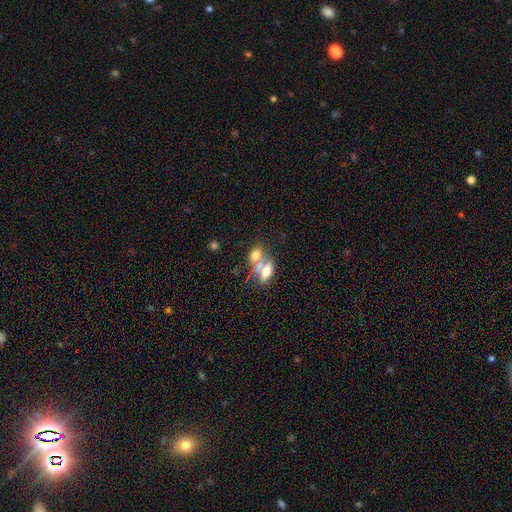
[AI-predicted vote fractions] Smooth or featured?
  - smooth: 67% *
  - featured or disk: 23%
  - star or artifact: 10%
How rounded?
  - in between: 77% *
  - round: 17%
  - cigar-shaped: 6%
Merging?
  - merger: 64% *
  - none: 23%
  - minor disturbance: 7%
  - major disturbance: 6%